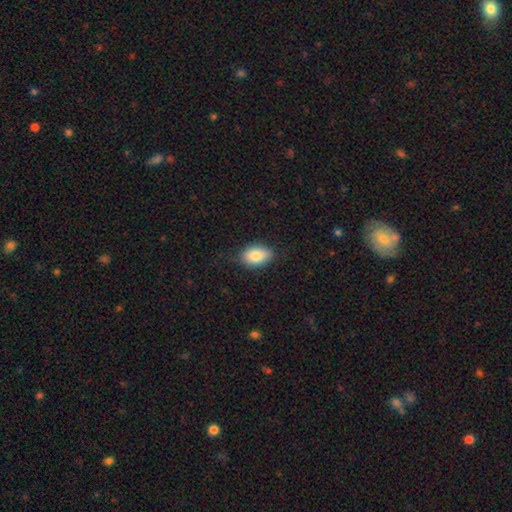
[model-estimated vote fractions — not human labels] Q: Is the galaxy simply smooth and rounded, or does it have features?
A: smooth — 85%.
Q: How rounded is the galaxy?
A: in between — 88%.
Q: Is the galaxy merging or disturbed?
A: none — 80%.